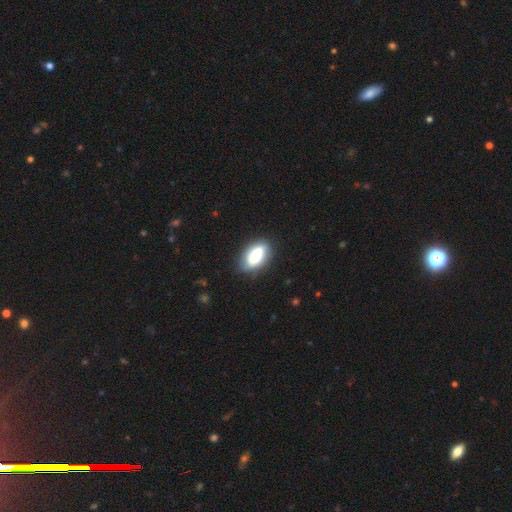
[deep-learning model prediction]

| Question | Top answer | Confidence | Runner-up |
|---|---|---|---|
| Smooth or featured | smooth | 71% | featured or disk (22%) |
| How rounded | in between | 87% | cigar-shaped (9%) |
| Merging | none | 78% | minor disturbance (16%) |